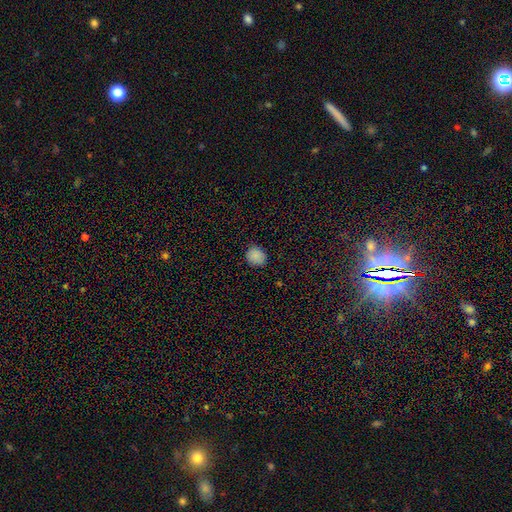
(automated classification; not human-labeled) This appears to be a smooth galaxy with no disk features (86%) that is round (71%). Merging: none (85%).